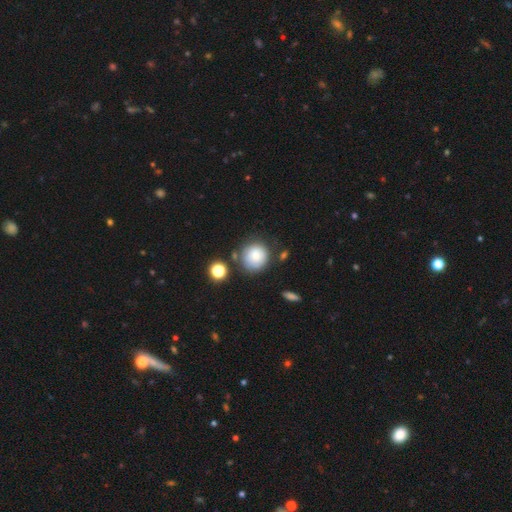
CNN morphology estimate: smooth-or-featured: smooth: 71% | featured or disk: 19% | star or artifact: 10%
  how-rounded: round: 90% | in between: 9% | cigar-shaped: 1%
  merging: none: 68% | minor disturbance: 18% | merger: 7% | major disturbance: 6%